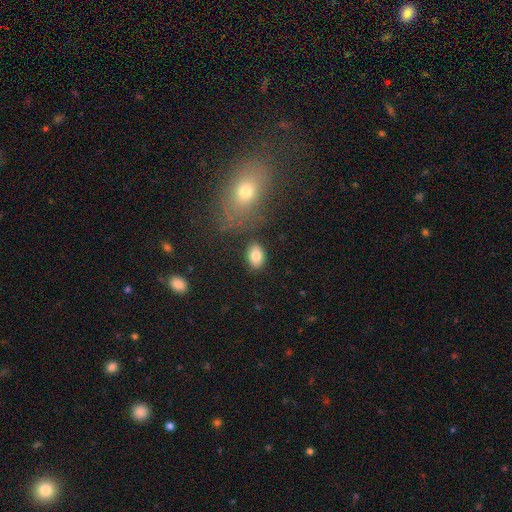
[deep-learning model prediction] A smooth galaxy with no disk features (83%) that is in between round and cigar-shaped (84%). Merging: none (83%).